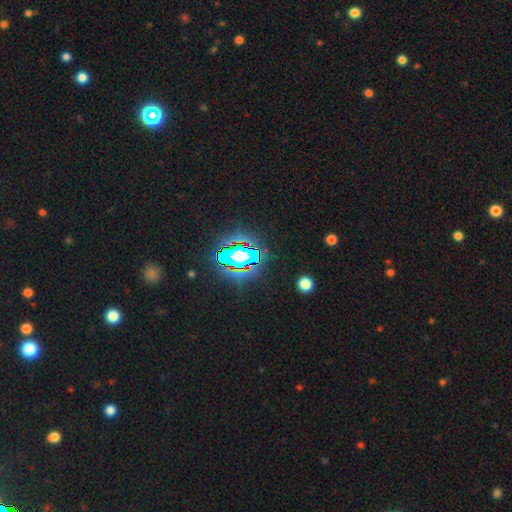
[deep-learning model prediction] smooth-or-featured: star or artifact: 83% | smooth: 10% | featured or disk: 7%